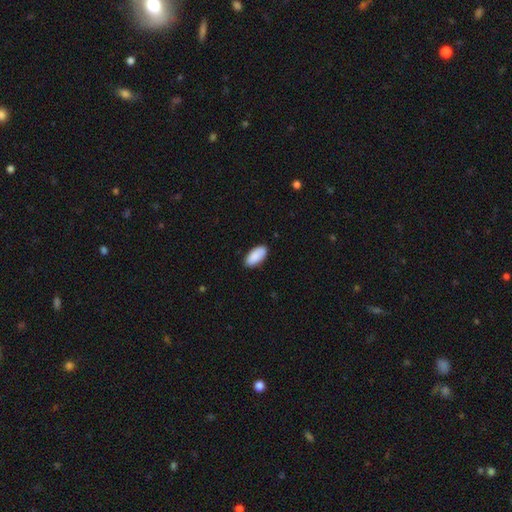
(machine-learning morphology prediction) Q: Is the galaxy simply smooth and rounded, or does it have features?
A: smooth — 91%.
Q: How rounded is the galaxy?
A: in between — 94%.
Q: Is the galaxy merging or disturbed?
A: none — 88%.